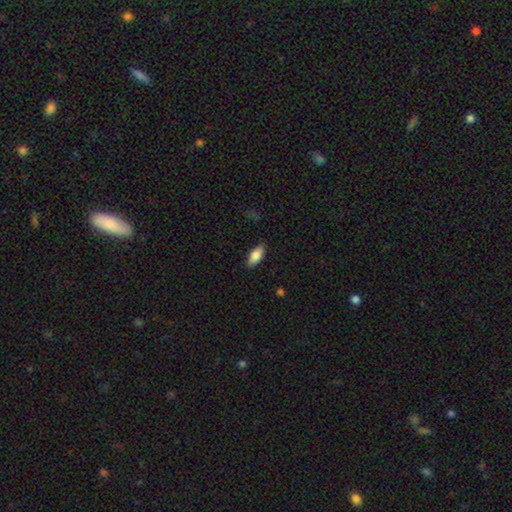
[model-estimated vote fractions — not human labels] The model was most divided on "smooth or featured": smooth: 84%, featured or disk: 10%, star or artifact: 6%. More confident: how rounded — in between (88%); merging — none (86%).